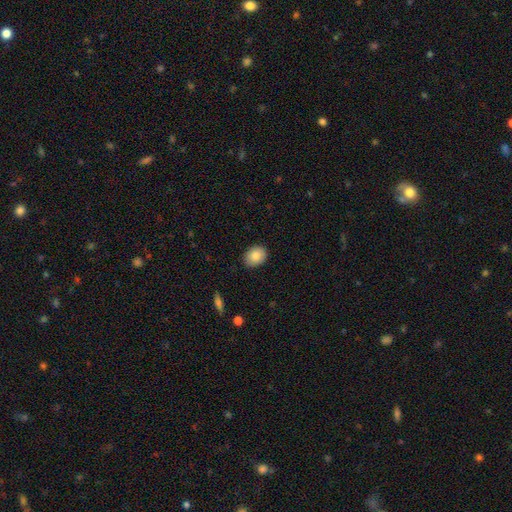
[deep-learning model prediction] Smooth or featured? Predicted: smooth (p=0.84). How rounded? Predicted: in between (p=0.58). Merging? Predicted: none (p=0.87).